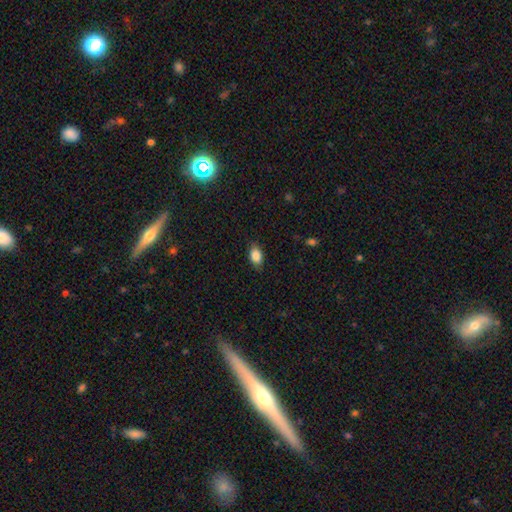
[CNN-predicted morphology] This appears to be a smooth galaxy with no disk features (85%) that is in between round and cigar-shaped (85%). Merging: none (82%).